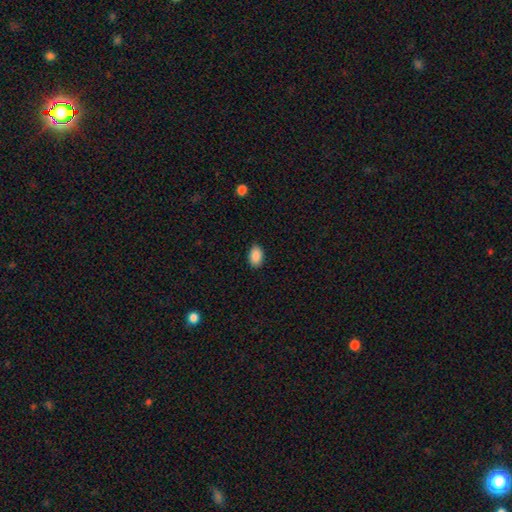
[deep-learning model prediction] Q: Smooth or featured?
A: smooth (90%); runner-up: star or artifact (7%)
Q: How rounded?
A: in between (90%); runner-up: round (9%)
Q: Merging?
A: none (87%); runner-up: minor disturbance (10%)